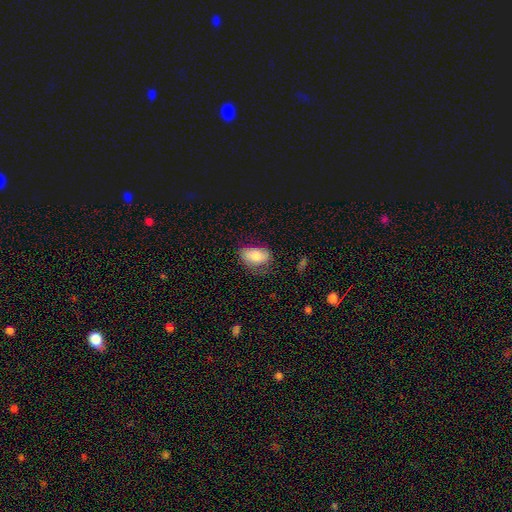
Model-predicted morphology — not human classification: The model was most divided on "merging": none: 52%, minor disturbance: 32%, major disturbance: 14%, merger: 2%. More confident: how rounded — in between (91%); smooth or featured — smooth (75%).